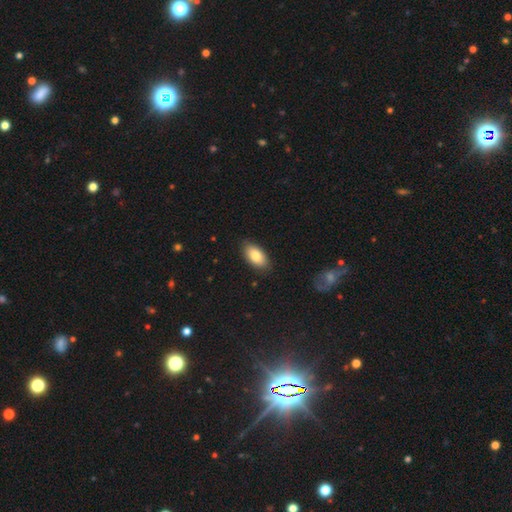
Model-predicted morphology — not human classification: Overall: smooth (83%). How rounded: in between (94%). Merging: none (85%).